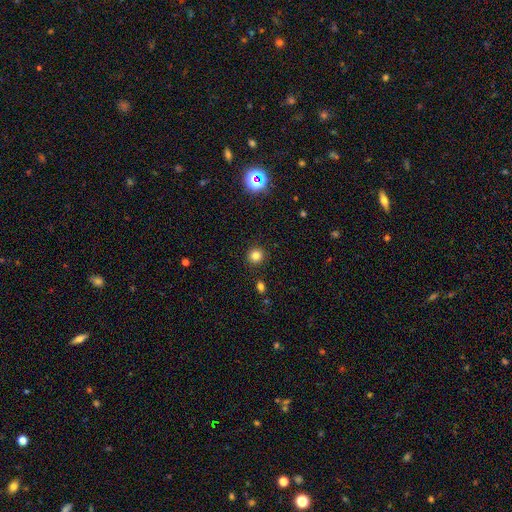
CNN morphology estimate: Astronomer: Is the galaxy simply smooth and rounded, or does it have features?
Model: smooth — 81%.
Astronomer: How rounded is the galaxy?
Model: round — 92%.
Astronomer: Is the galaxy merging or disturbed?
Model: none — 91%.